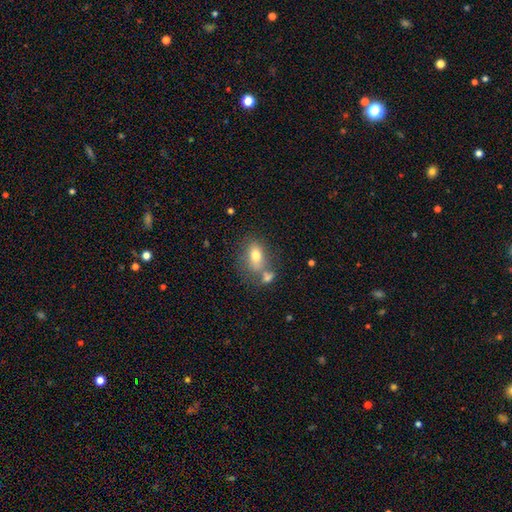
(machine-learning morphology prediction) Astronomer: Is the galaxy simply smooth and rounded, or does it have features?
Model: smooth — 73%.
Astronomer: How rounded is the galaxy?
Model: in between — 81%.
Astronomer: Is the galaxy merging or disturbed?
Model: none — 51% (runner-up: merger, 27%).